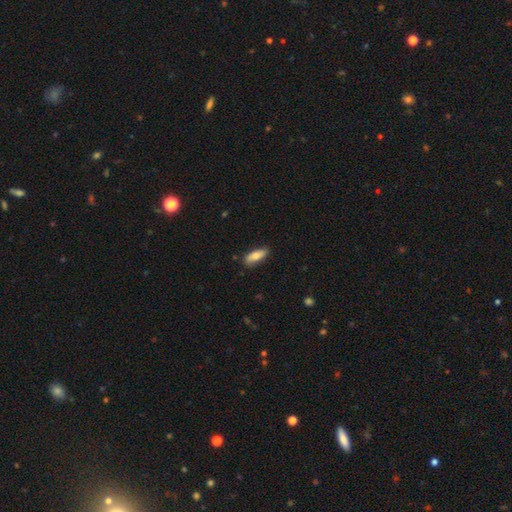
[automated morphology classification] smooth_or_featured: smooth (p=0.75) [alt: featured or disk p=0.19]
how_rounded: in between (p=0.64) [alt: cigar-shaped p=0.34]
merging: none (p=0.81) [alt: minor disturbance p=0.15]